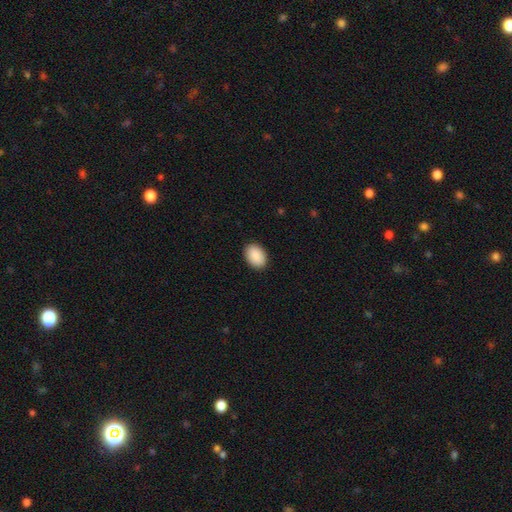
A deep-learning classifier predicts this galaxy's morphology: A smooth galaxy with no disk features (91%) that is in between round and cigar-shaped (86%). Merging: none (90%).